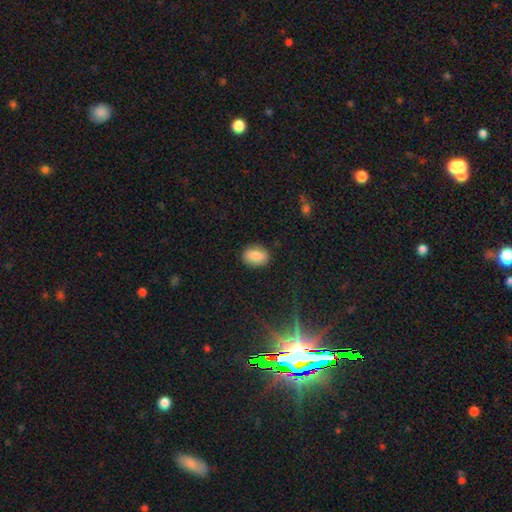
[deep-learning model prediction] smooth_or_featured: smooth (p=0.84) [alt: star or artifact p=0.08]
how_rounded: in between (p=0.75) [alt: round p=0.24]
merging: none (p=0.86) [alt: minor disturbance p=0.10]